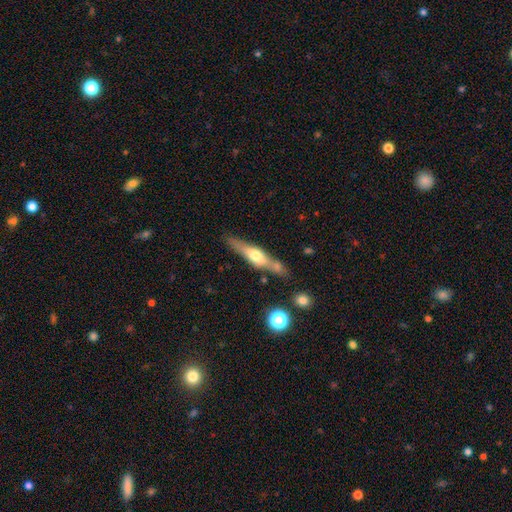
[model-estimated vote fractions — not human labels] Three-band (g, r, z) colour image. It shows a featured or disk galaxy (61%) viewed edge-on (92%) with a rounded central bulge (88%). Merging: none (73%).